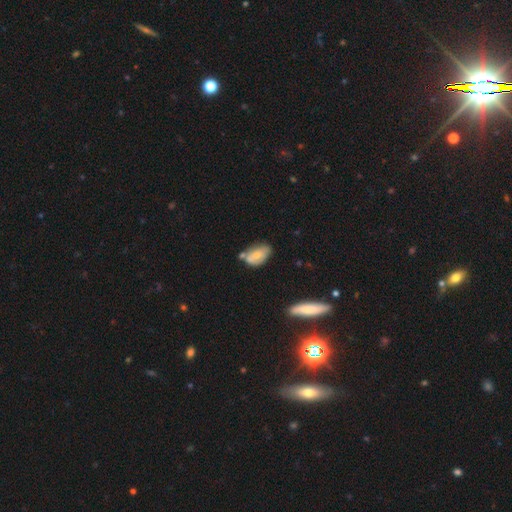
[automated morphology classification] This appears to be a smooth galaxy with no disk features (64%) that is in between round and cigar-shaped (91%). Merging: none (40%).